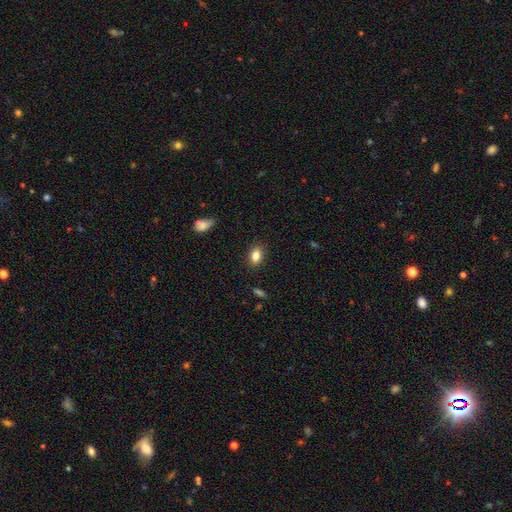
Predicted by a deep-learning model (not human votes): Smooth or featured? smooth (84%)
How rounded? in between (79%)
Merging? none (87%)